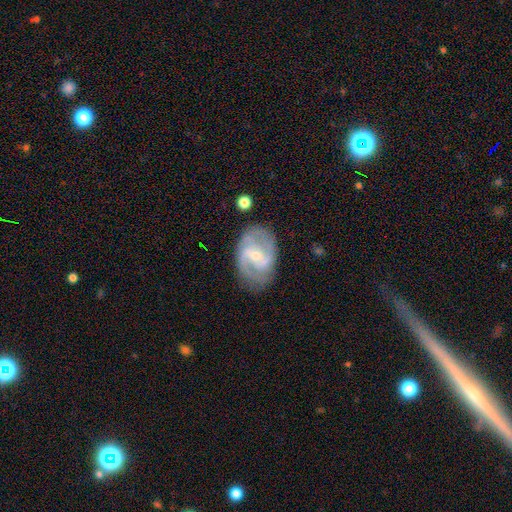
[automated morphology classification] Q: Smooth or featured?
A: featured or disk (84%); runner-up: smooth (10%)
Q: Edge-on disk?
A: no (97%); runner-up: yes (3%)
Q: Bar?
A: weak (53%); runner-up: strong (27%)
Q: Spiral arms?
A: yes (94%); runner-up: no (6%)
Q: Spiral winding?
A: medium (51%); runner-up: tight (27%)
Q: Spiral arm count?
A: 2 (74%); runner-up: can't tell (10%)
Q: Bulge size?
A: small (66%); runner-up: moderate (30%)
Q: Merging?
A: none (75%); runner-up: minor disturbance (16%)